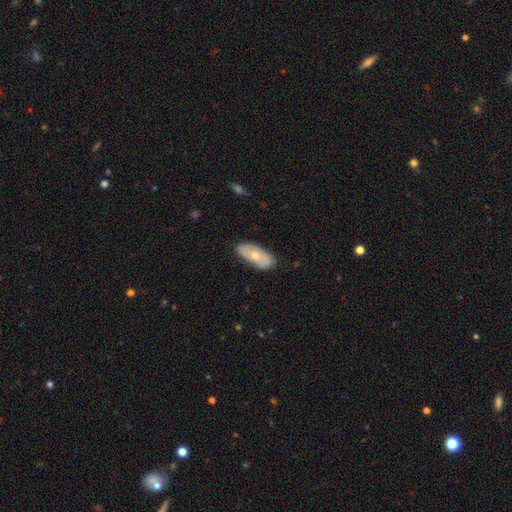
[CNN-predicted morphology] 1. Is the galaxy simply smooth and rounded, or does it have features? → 56% smooth, 38% featured or disk, 6% star or artifact.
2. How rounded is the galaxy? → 86% in between, 11% cigar-shaped, 3% round.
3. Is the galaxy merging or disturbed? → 80% none, 16% minor disturbance, 3% major disturbance, 2% merger.